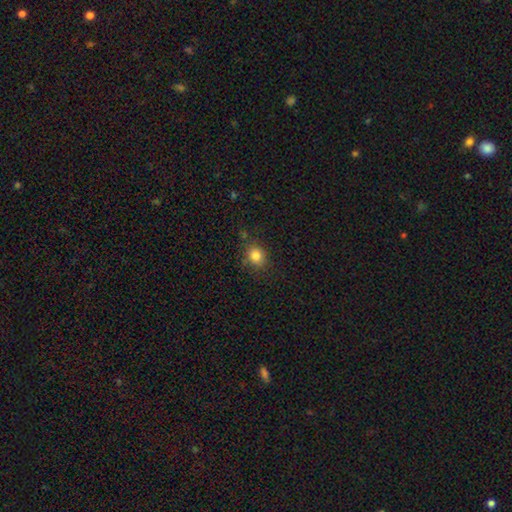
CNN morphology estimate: Q: Smooth or featured?
A: smooth (82%); runner-up: star or artifact (11%)
Q: How rounded?
A: round (62%); runner-up: in between (37%)
Q: Merging?
A: none (79%); runner-up: minor disturbance (14%)